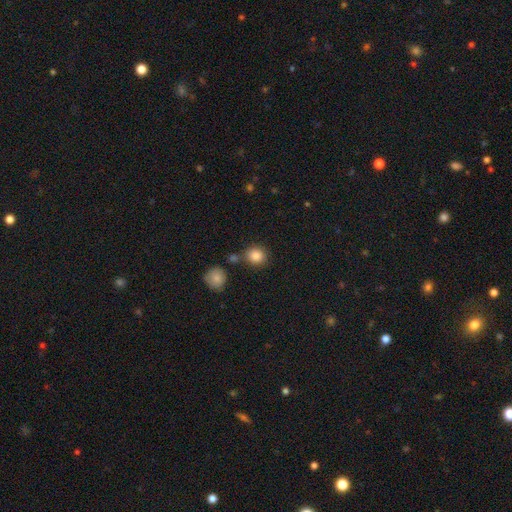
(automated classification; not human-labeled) Q: Smooth or featured?
A: smooth (85%); runner-up: star or artifact (10%)
Q: How rounded?
A: round (82%); runner-up: in between (17%)
Q: Merging?
A: none (75%); runner-up: merger (11%)